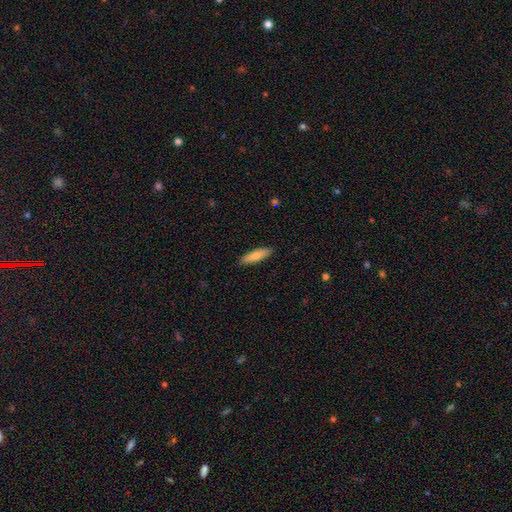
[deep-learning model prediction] The model was most divided on "how rounded": cigar-shaped: 56%, in between: 42%, round: 2%. More confident: merging — none (89%); smooth or featured — smooth (78%).